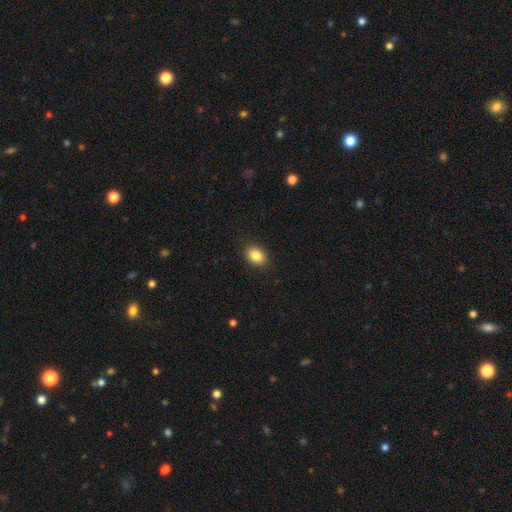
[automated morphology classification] smooth 86%, star or artifact 9%, featured or disk 6%. Down the decision tree: how rounded — in between (70%); merging — none (89%).